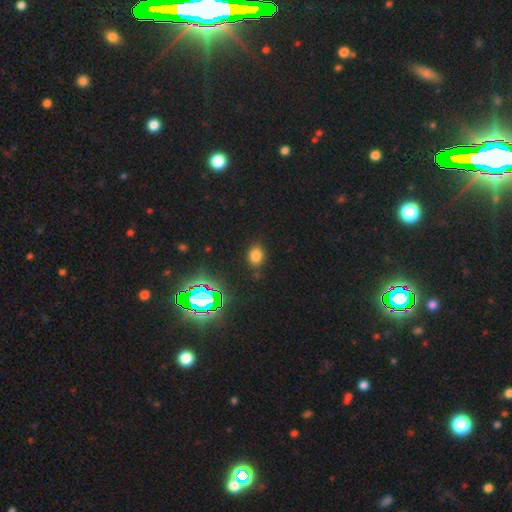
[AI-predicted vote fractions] Smooth or featured: smooth — 72% (star or artifact — 22%)
How rounded: in between — 61% (round — 37%)
Merging: none — 84% (minor disturbance — 11%)